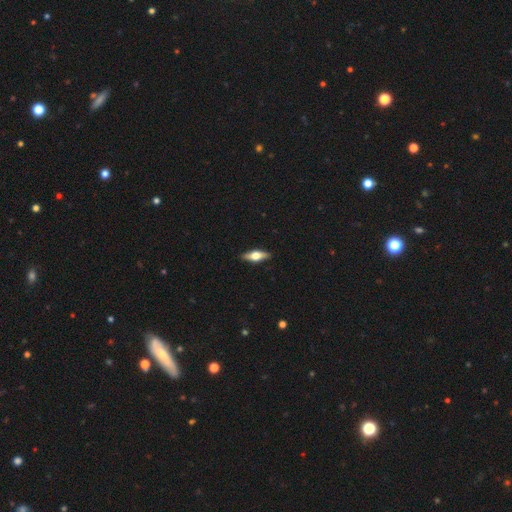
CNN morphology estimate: Smooth or featured: featured or disk — 56% (smooth — 38%)
Edge-on disk: yes — 93% (no — 7%)
Edge-on bulge: rounded — 93% (boxy — 5%)
Merging: none — 89% (minor disturbance — 8%)